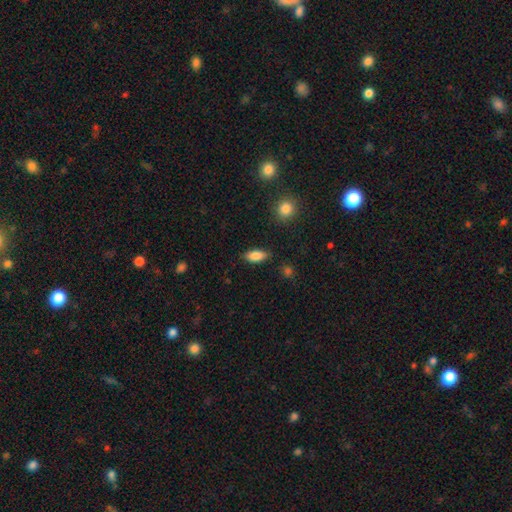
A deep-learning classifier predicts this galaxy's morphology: Overall: smooth (86%). How rounded: in between (87%). Merging: none (84%).